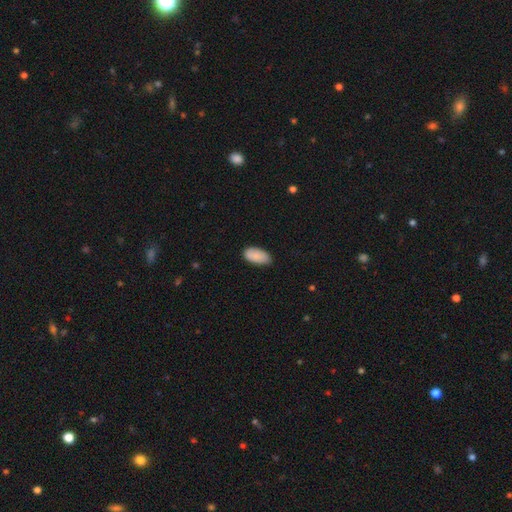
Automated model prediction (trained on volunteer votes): Smooth or featured? smooth (88%)
How rounded? in between (95%)
Merging? none (79%)